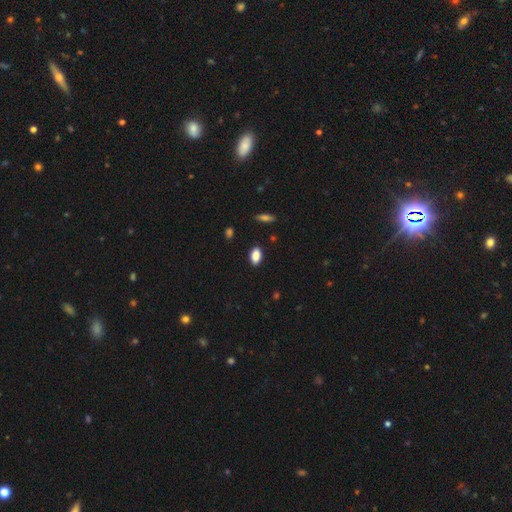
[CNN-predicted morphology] Overall: smooth (87%). How rounded: in between (90%). Merging: none (87%).